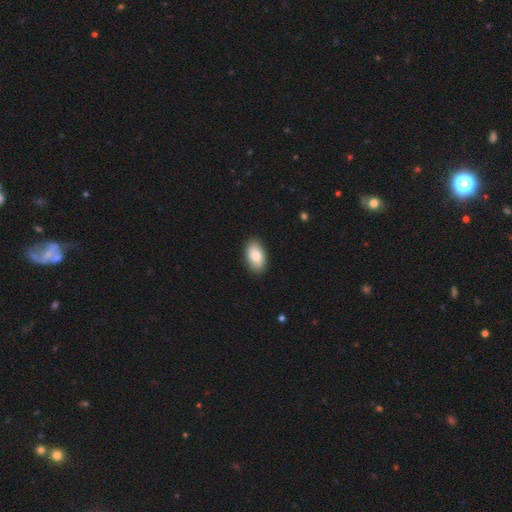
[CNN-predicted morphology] smooth 79%, featured or disk 15%, star or artifact 6%. Down the decision tree: how rounded — in between (93%); merging — none (89%).